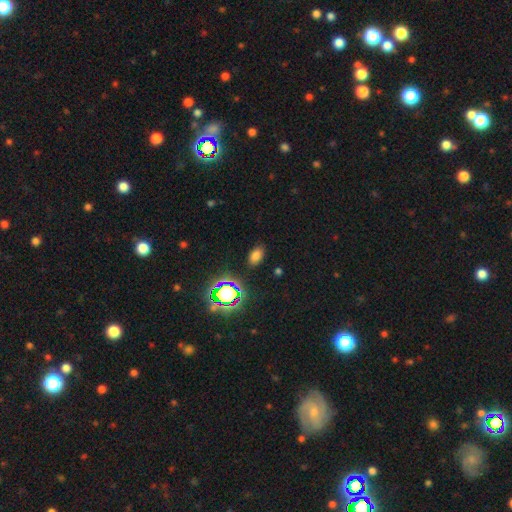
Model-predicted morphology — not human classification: smooth-or-featured: smooth: 71% | star or artifact: 22% | featured or disk: 7%
  how-rounded: in between: 84% | round: 14% | cigar-shaped: 2%
  merging: none: 85% | minor disturbance: 10% | major disturbance: 3% | merger: 2%